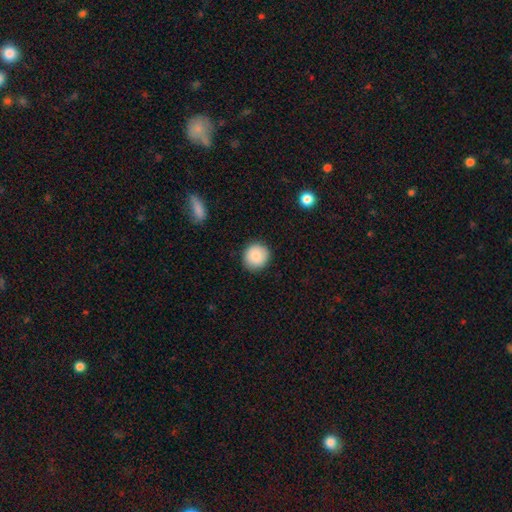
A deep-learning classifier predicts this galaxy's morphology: Smooth or featured? smooth (88%)
How rounded? round (91%)
Merging? none (90%)